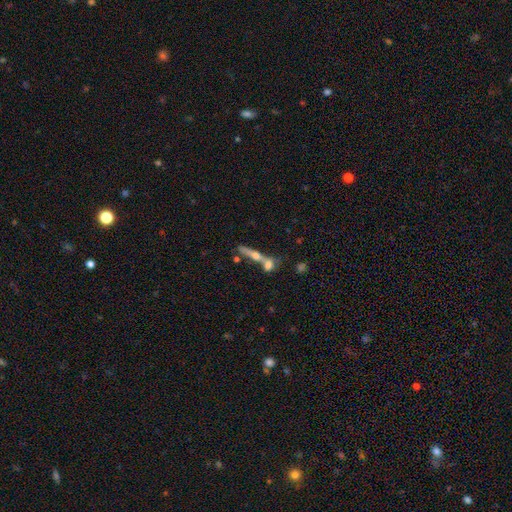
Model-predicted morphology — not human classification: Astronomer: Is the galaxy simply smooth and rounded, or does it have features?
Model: featured or disk — 54% (runner-up: smooth, 36%).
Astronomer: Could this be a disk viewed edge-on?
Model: yes — 84%.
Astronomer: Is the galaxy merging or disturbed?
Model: none — 44% (runner-up: merger, 41%).